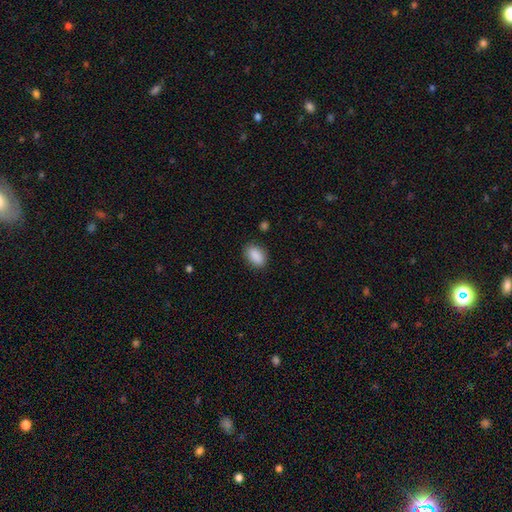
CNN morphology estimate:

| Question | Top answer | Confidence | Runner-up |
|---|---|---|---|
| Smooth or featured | smooth | 89% | star or artifact (7%) |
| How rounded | in between | 86% | round (12%) |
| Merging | none | 84% | minor disturbance (12%) |